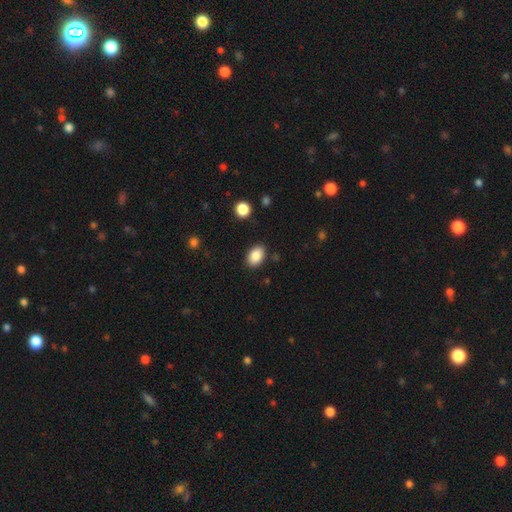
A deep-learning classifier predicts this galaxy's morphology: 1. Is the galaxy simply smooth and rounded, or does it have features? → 87% smooth, 8% star or artifact, 5% featured or disk.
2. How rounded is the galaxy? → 84% in between, 14% round, 1% cigar-shaped.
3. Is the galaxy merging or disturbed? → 87% none, 9% minor disturbance, 2% major disturbance, 2% merger.